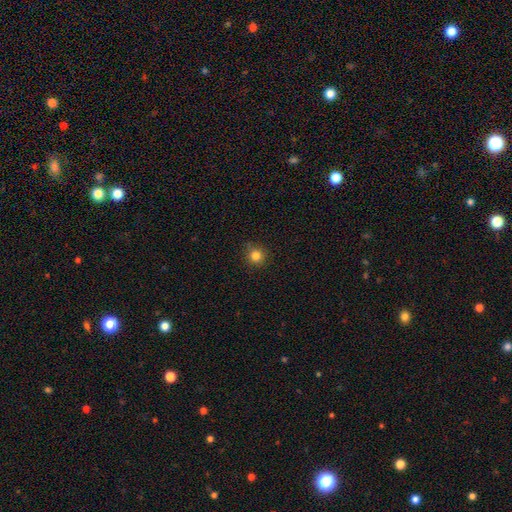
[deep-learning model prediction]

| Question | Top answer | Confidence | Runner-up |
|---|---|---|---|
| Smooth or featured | smooth | 83% | star or artifact (13%) |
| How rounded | round | 92% | in between (8%) |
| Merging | none | 84% | minor disturbance (12%) |